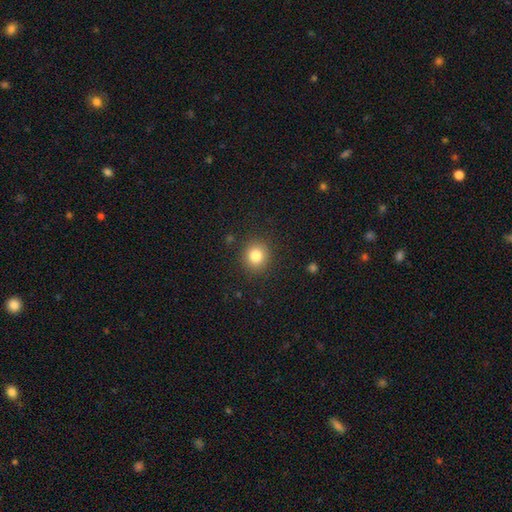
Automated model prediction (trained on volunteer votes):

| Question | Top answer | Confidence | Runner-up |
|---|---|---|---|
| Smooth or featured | smooth | 82% | star or artifact (11%) |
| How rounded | round | 86% | in between (14%) |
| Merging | none | 88% | minor disturbance (8%) |